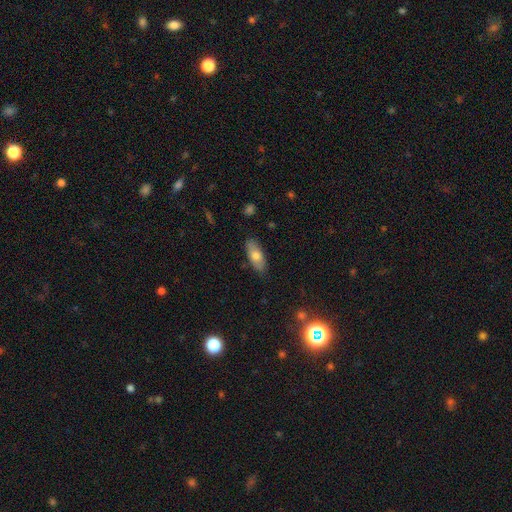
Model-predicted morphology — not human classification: smooth_or_featured: smooth (p=0.72) [alt: featured or disk p=0.22]
how_rounded: in between (p=0.81) [alt: cigar-shaped p=0.16]
merging: none (p=0.86) [alt: minor disturbance p=0.11]